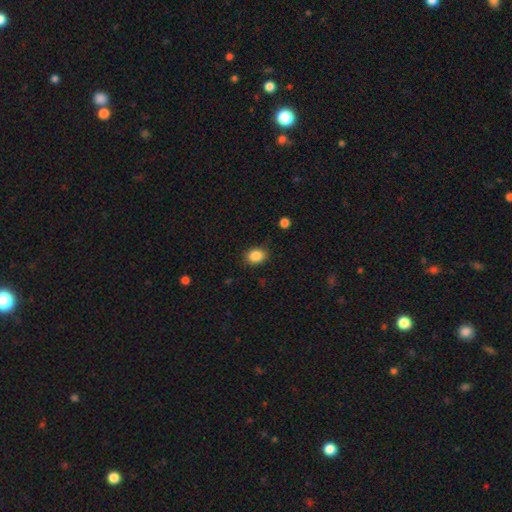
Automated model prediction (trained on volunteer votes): Smooth or featured? smooth (86%)
How rounded? in between (52%)
Merging? none (84%)